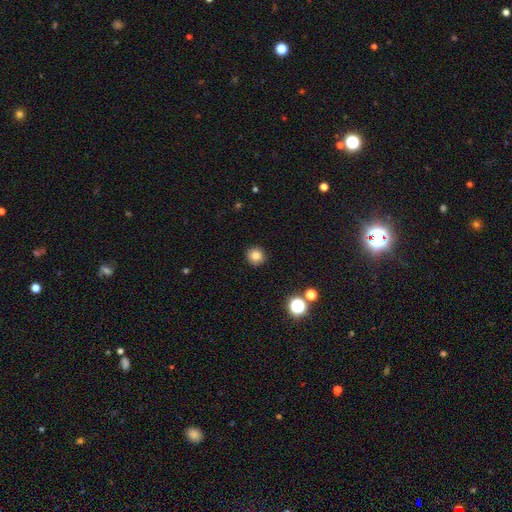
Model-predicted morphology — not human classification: smooth 82%, star or artifact 12%, featured or disk 5%. Down the decision tree: how rounded — round (93%); merging — none (90%).